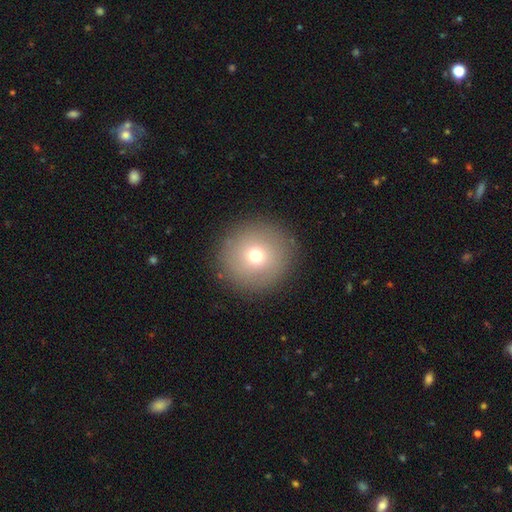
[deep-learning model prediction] A smooth galaxy with no disk features (70%) that is round (95%). Merging: none (89%).